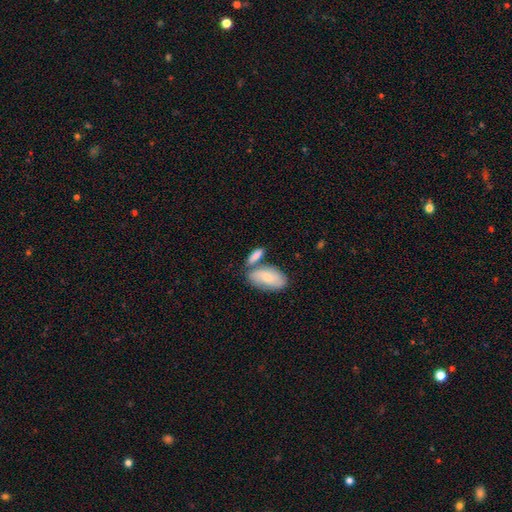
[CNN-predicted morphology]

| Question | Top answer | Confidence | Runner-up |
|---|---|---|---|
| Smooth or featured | smooth | 78% | featured or disk (16%) |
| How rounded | in between | 79% | cigar-shaped (16%) |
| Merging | none | 46% | merger (37%) |